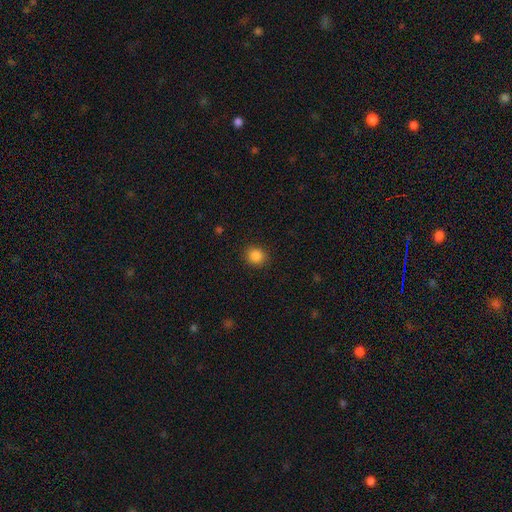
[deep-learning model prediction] A smooth galaxy with no disk features (86%) that is round (81%).

Vote fractions:
- Smooth or featured? smooth: 86% / star or artifact: 10% / featured or disk: 3%
- How rounded? round: 81% / in between: 18% / cigar-shaped: 1%
- Merging? none: 90% / minor disturbance: 7% / major disturbance: 2% / merger: 1%